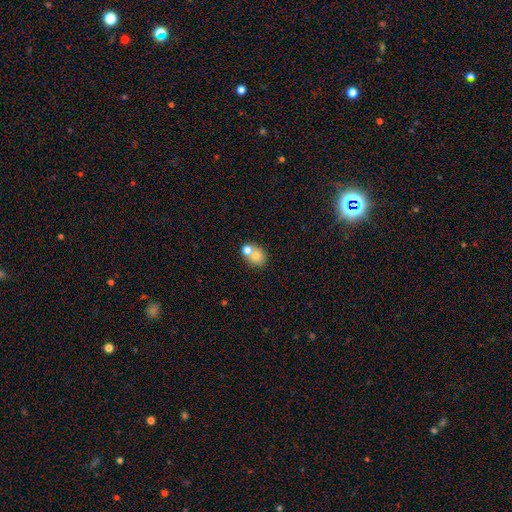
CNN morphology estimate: Smooth or featured: smooth — 72% (featured or disk — 18%)
How rounded: round — 53% (in between — 46%)
Merging: merger — 49% (none — 40%)